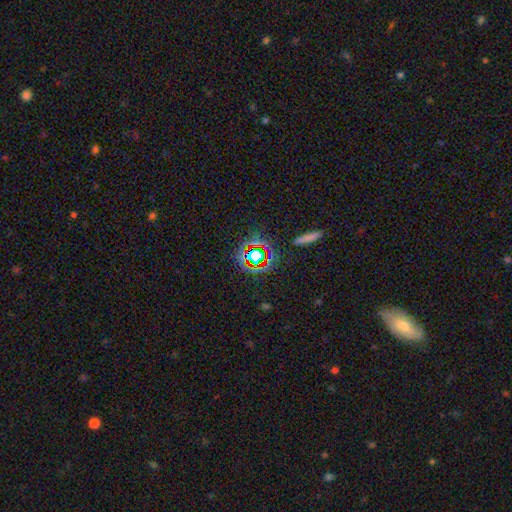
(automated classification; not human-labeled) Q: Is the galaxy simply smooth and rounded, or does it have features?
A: star or artifact — 59%.